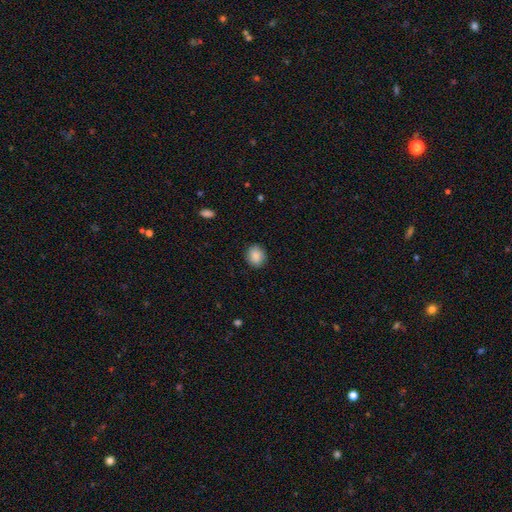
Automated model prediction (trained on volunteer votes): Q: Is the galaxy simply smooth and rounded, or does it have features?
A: smooth — 88%.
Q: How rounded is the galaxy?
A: round — 66%.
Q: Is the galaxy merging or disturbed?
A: none — 88%.